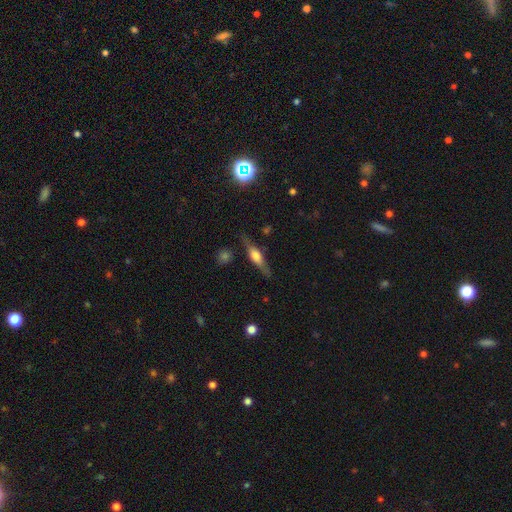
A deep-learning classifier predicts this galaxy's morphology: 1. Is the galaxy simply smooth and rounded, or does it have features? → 64% featured or disk, 29% smooth, 7% star or artifact.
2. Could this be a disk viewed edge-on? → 94% yes, 6% no.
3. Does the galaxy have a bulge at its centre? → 76% rounded, 20% boxy, 4% none.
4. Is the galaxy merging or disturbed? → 81% none, 13% minor disturbance, 4% major disturbance, 2% merger.